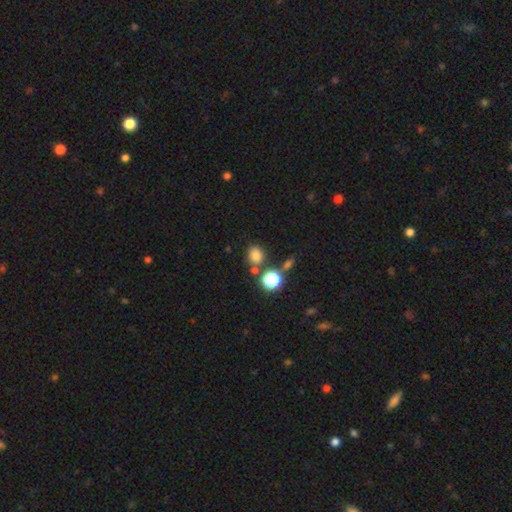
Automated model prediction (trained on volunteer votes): Overall: smooth (77%). How rounded: round (68%; in between 31%). Merging: none (72%).